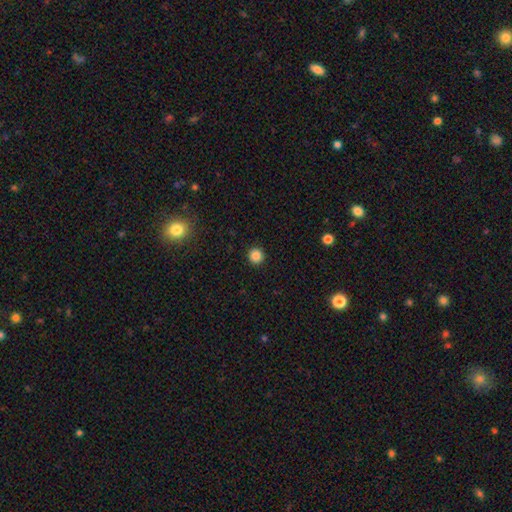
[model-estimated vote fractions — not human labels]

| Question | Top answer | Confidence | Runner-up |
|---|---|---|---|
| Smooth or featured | smooth | 86% | star or artifact (11%) |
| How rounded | round | 95% | in between (4%) |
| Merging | none | 93% | minor disturbance (4%) |